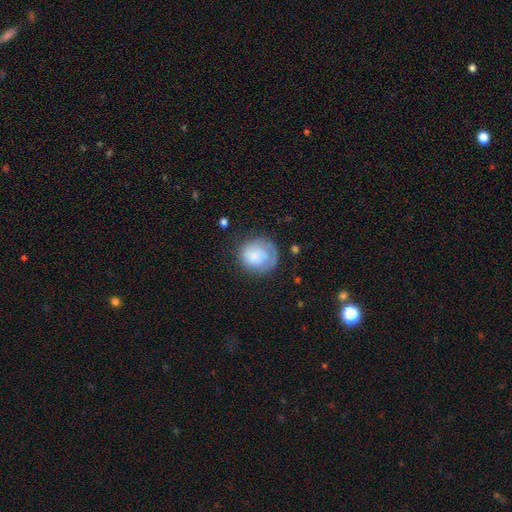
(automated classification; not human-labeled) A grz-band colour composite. It shows a smooth galaxy with no disk features (74%) that is round (84%). Merging: none (62%).